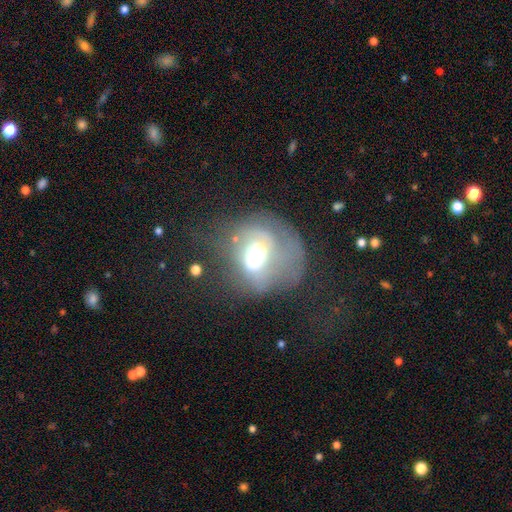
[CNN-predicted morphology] featured or disk 48%, smooth 37%, star or artifact 15%. Down the decision tree: merging — major disturbance (44%).